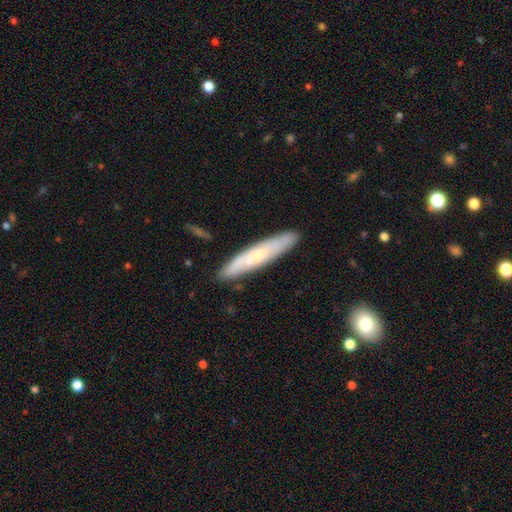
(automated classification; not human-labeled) Morphology: type=smooth (49%); merging=none (86%).